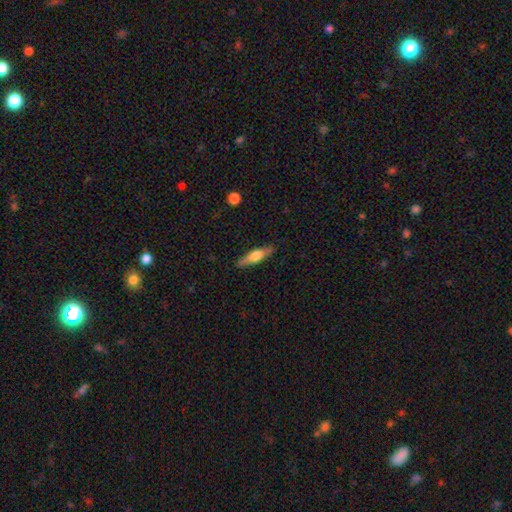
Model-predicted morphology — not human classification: The model was most divided on "smooth or featured": smooth: 50%, featured or disk: 44%, star or artifact: 6%. More confident: merging — none (86%); how rounded — cigar-shaped (70%).